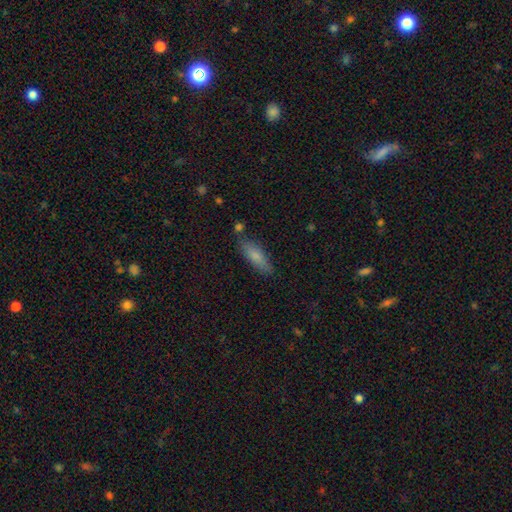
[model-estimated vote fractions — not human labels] A smooth galaxy with no disk features (77%) that is cigar-shaped (52%).

Vote fractions:
- Smooth or featured? smooth: 77% / featured or disk: 16% / star or artifact: 7%
- How rounded? cigar-shaped: 52% / in between: 46% / round: 2%
- Merging? none: 78% / minor disturbance: 14% / merger: 5% / major disturbance: 3%